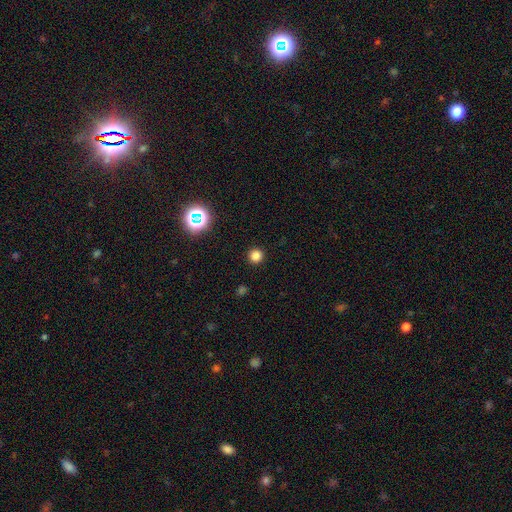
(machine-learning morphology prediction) A smooth galaxy with no disk features (80%) that is round (95%).

Vote fractions:
- Smooth or featured? smooth: 80% / star or artifact: 16% / featured or disk: 4%
- How rounded? round: 95% / in between: 4% / cigar-shaped: 1%
- Merging? none: 93% / minor disturbance: 4% / major disturbance: 2% / merger: 1%